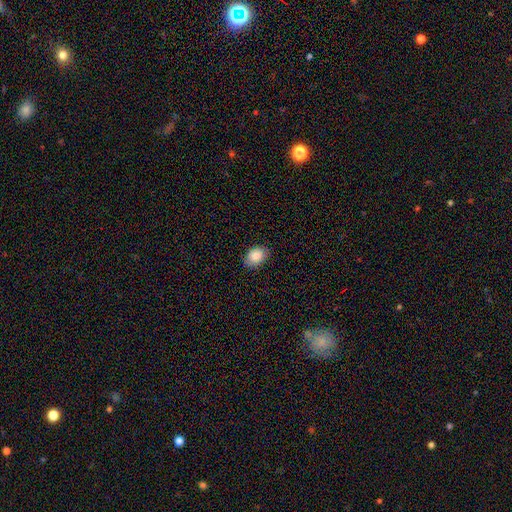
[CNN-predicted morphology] Overall: smooth (88%). How rounded: in between (76%). Merging: none (84%).